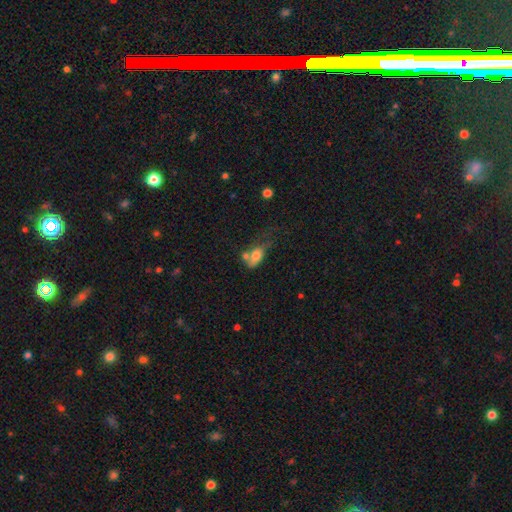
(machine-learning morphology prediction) This appears to be a smooth galaxy with no disk features (69%) that is in between round and cigar-shaped (82%). Merging: merger (31%).